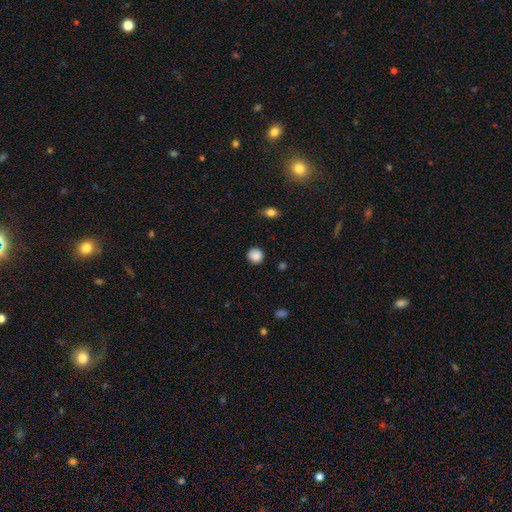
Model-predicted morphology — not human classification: smooth-or-featured: smooth: 87% | star or artifact: 9% | featured or disk: 3%
  how-rounded: round: 91% | in between: 8% | cigar-shaped: 1%
  merging: none: 88% | minor disturbance: 8% | major disturbance: 2% | merger: 1%